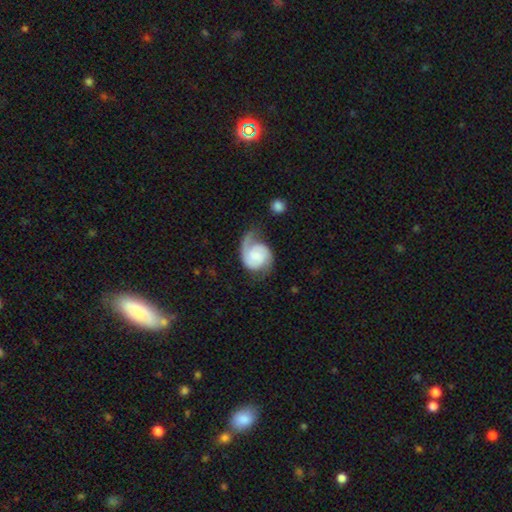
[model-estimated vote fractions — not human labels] Overall: featured or disk (72%). Edge-on disk: no (98%). Bar: no (63%; weak 31%). Spiral arms: yes (95%). Spiral arm count: 2 (58%; 1 32%). Spiral winding: medium (41%; tight 36%). Bulge size: small (44%; moderate 27%). Merging: none (41%; minor disturbance 29%).